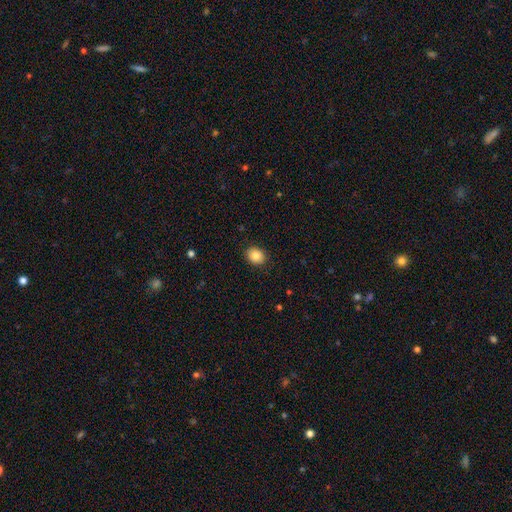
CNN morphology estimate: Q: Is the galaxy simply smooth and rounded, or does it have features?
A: smooth — 85%.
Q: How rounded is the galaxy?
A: round — 55%.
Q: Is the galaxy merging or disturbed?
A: none — 89%.